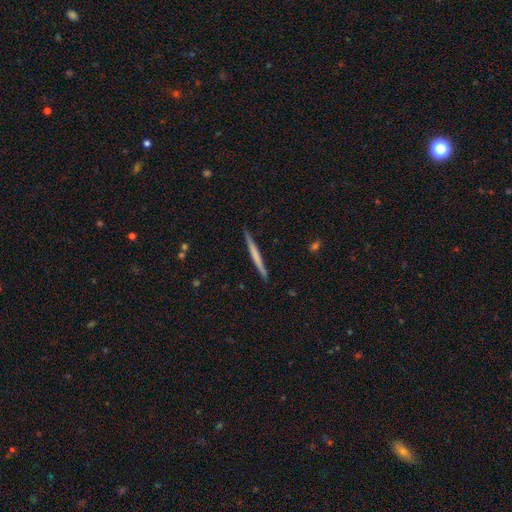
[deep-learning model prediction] Smooth or featured? smooth (52%)
How rounded? cigar-shaped (97%)
Merging? none (91%)